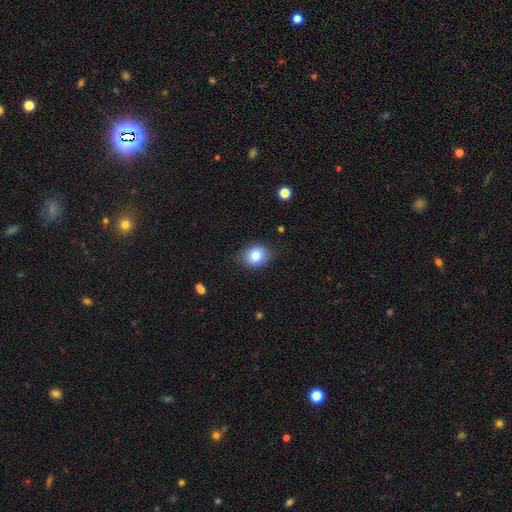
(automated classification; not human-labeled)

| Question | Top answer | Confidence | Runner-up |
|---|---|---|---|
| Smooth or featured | smooth | 81% | star or artifact (9%) |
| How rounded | round | 62% | in between (37%) |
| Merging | none | 81% | minor disturbance (15%) |